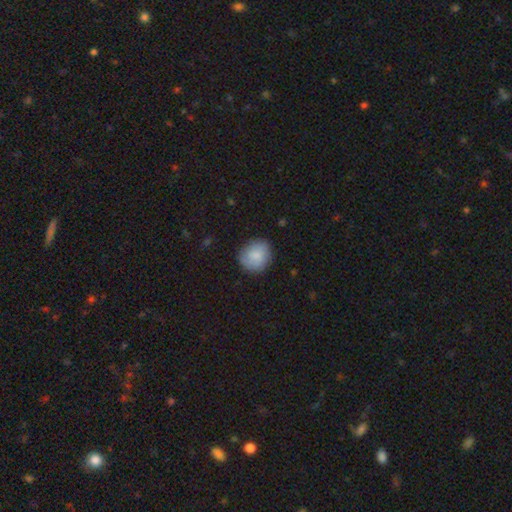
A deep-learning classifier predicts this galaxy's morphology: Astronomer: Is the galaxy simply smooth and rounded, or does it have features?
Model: smooth — 79%.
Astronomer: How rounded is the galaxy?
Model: round — 80%.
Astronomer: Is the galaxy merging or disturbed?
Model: none — 80%.